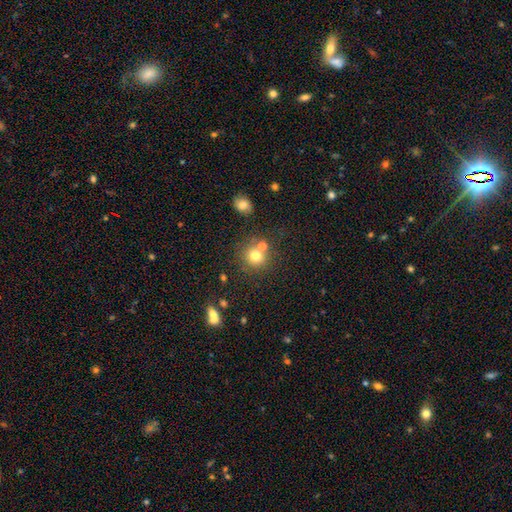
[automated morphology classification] Q: Smooth or featured?
A: smooth (75%); runner-up: star or artifact (15%)
Q: How rounded?
A: round (88%); runner-up: in between (11%)
Q: Merging?
A: none (66%); runner-up: merger (20%)